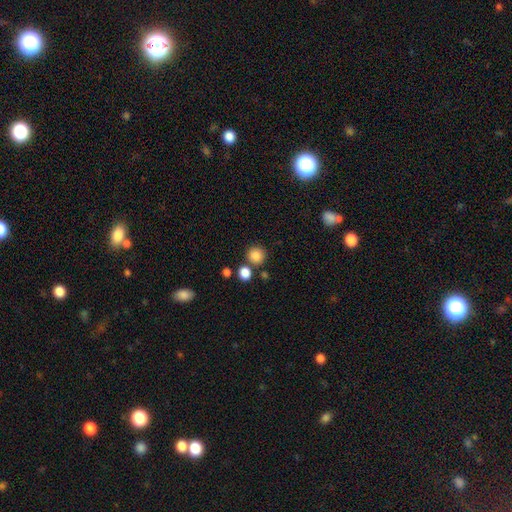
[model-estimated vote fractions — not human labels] The model was most divided on "merging": none: 79%, merger: 11%, minor disturbance: 8%, major disturbance: 3%. More confident: how rounded — round (91%); smooth or featured — smooth (84%).